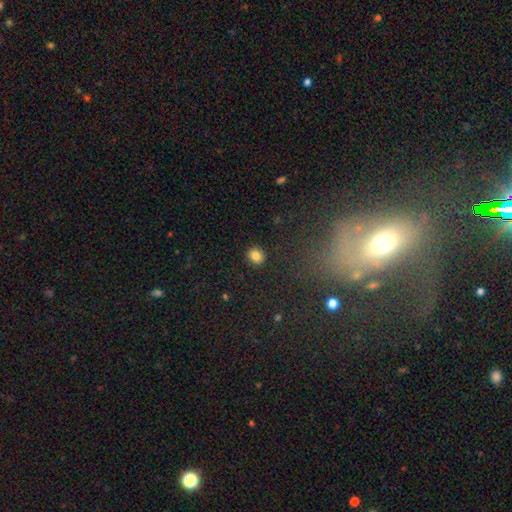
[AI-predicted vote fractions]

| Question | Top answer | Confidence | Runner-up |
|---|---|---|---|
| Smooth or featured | smooth | 84% | star or artifact (11%) |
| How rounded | round | 63% | in between (36%) |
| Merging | none | 89% | minor disturbance (8%) |